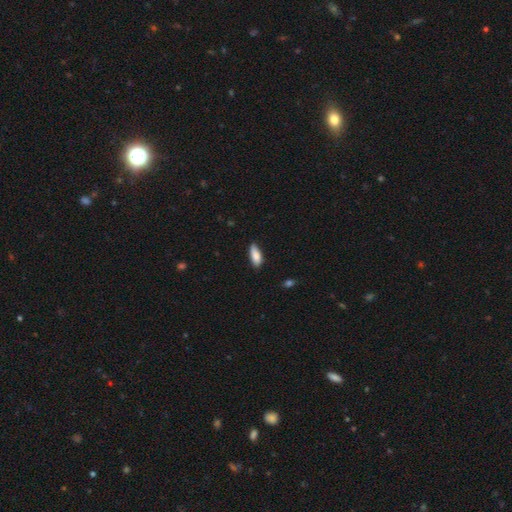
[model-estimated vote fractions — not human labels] This appears to be a smooth galaxy with no disk features (85%) that is in between round and cigar-shaped (73%). Merging: none (76%).